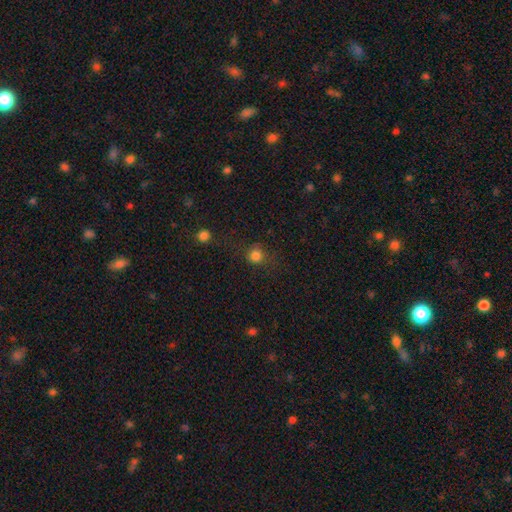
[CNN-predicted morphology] Smooth or featured: smooth — 80% (star or artifact — 14%)
How rounded: round — 89% (in between — 10%)
Merging: none — 75% (minor disturbance — 14%)